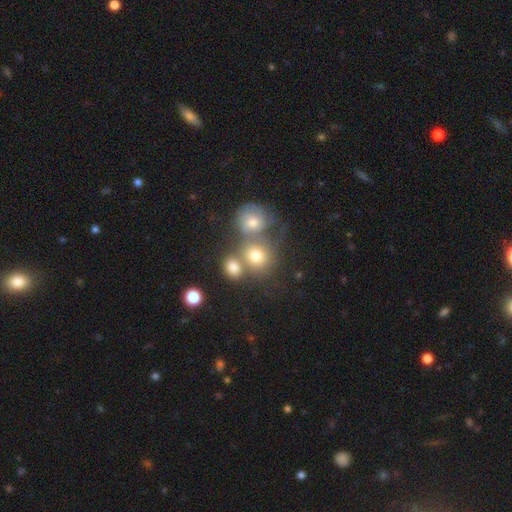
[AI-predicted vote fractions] Morphology: type=smooth (70%); roundness=round (78%); merging=merger (50%).